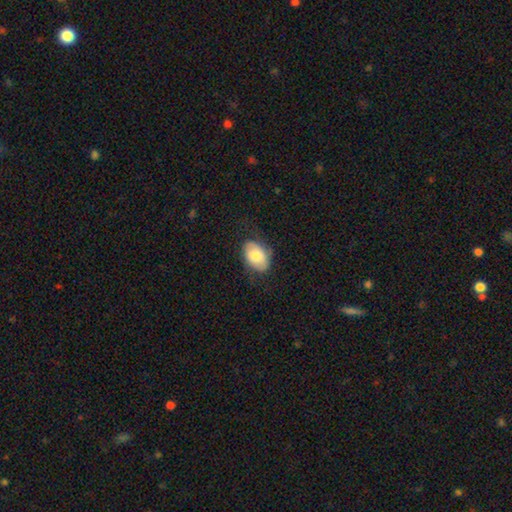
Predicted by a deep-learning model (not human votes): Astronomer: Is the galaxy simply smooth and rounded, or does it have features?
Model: smooth — 74%.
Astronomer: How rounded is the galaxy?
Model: in between — 85%.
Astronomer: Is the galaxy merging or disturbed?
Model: none — 70%.